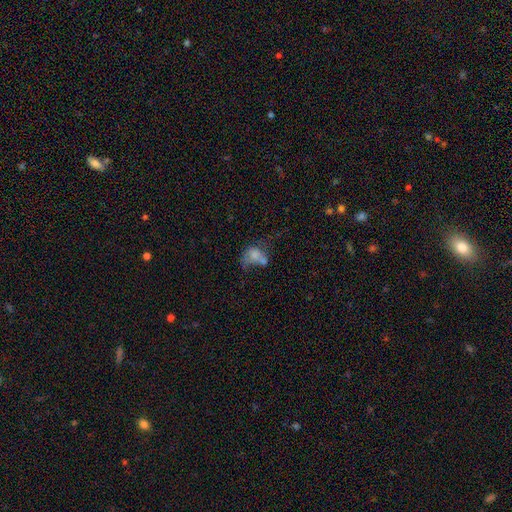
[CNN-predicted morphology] Smooth or featured: smooth — 65% (featured or disk — 23%)
How rounded: in between — 64% (round — 34%)
Merging: merger — 42% (major disturbance — 24%)